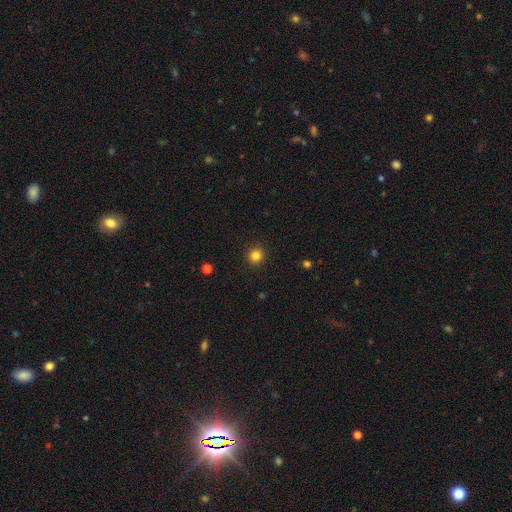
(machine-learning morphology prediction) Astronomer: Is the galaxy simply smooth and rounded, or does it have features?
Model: smooth — 83%.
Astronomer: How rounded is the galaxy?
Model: round — 94%.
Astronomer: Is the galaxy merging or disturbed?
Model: none — 92%.